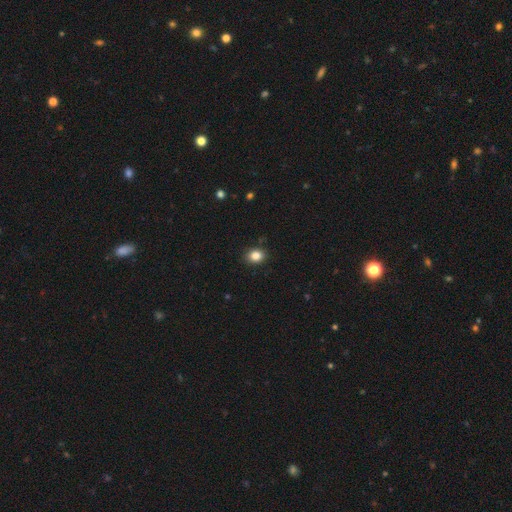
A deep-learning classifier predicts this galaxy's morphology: Q: Smooth or featured?
A: smooth (85%); runner-up: star or artifact (10%)
Q: How rounded?
A: round (51%); runner-up: in between (48%)
Q: Merging?
A: none (89%); runner-up: minor disturbance (8%)